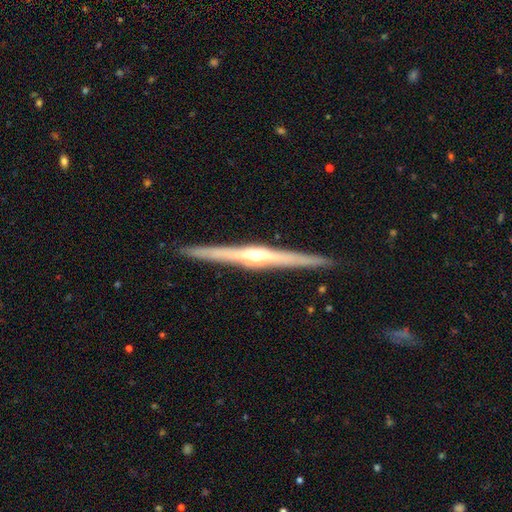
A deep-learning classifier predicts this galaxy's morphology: Smooth or featured: featured or disk — 83% (smooth — 13%)
Edge-on disk: yes — 98% (no — 2%)
Edge-on bulge: rounded — 90% (none — 6%)
Merging: none — 91% (minor disturbance — 6%)